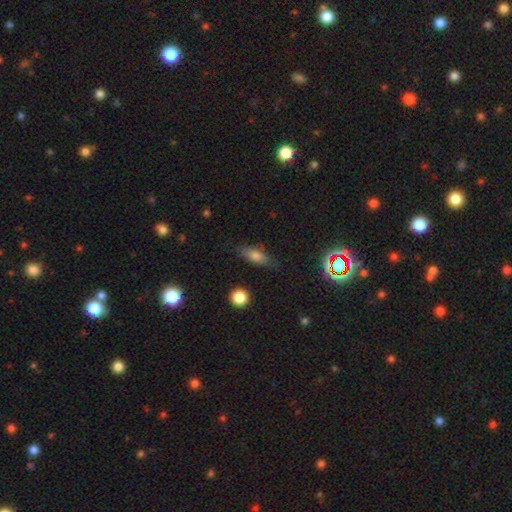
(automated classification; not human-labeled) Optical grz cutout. It shows a smooth galaxy with no disk features (71%) that is in between round and cigar-shaped (66%). Merging: none (75%).